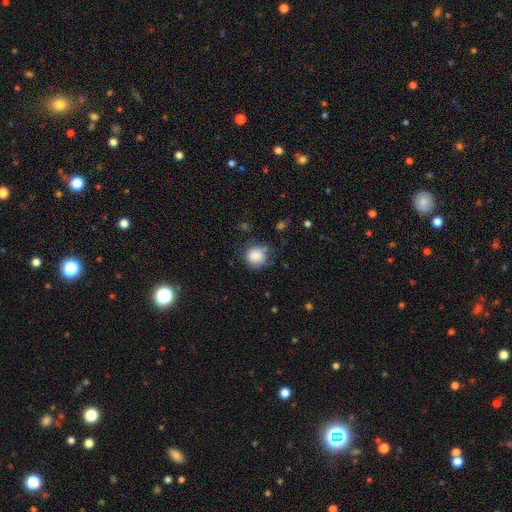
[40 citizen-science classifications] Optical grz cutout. It shows a smooth galaxy with no disk features (92%) that is round (92%). Merging: none (60%).